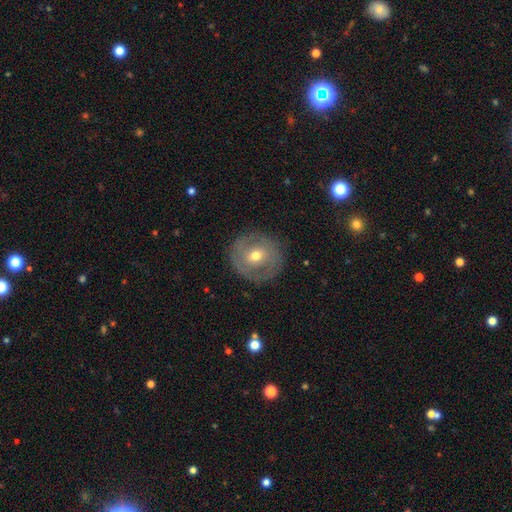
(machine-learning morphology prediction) Q: Smooth or featured?
A: featured or disk (54%); runner-up: smooth (39%)
Q: Edge-on disk?
A: no (95%); runner-up: yes (5%)
Q: Bar?
A: no (53%); runner-up: weak (35%)
Q: Spiral arms?
A: yes (50%); tied with: no (50%)
Q: Bulge size?
A: moderate (67%); runner-up: small (28%)
Q: Merging?
A: none (83%); runner-up: minor disturbance (12%)